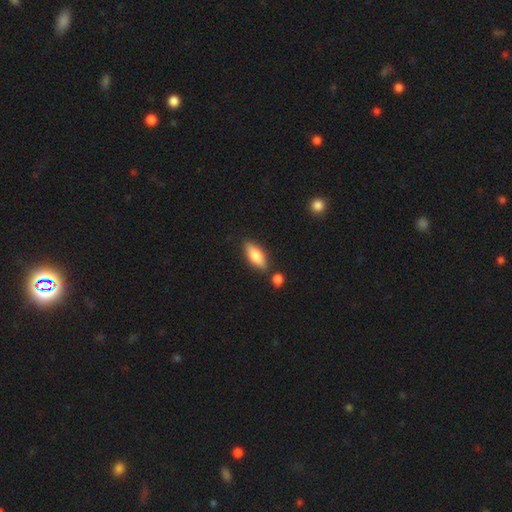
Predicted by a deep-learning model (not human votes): smooth_or_featured: smooth (p=0.74) [alt: featured or disk p=0.20]
how_rounded: in between (p=0.71) [alt: cigar-shaped p=0.27]
merging: none (p=0.79) [alt: minor disturbance p=0.11]